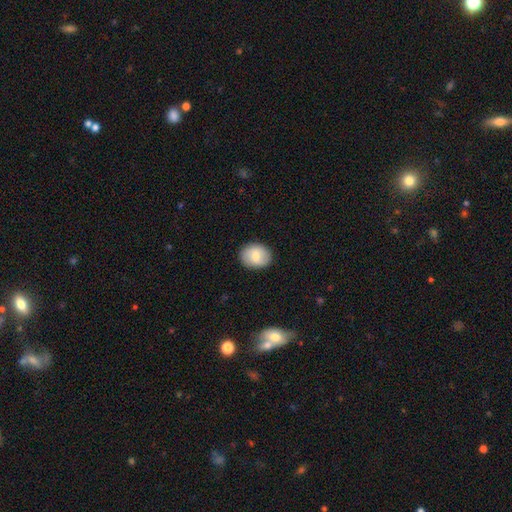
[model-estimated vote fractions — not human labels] Smooth or featured? smooth (70%)
How rounded? round (57%)
Merging? none (88%)